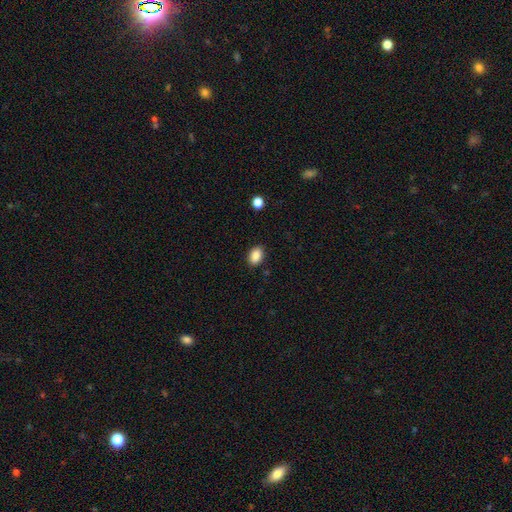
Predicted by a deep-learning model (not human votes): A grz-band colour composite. It shows a smooth galaxy with no disk features (89%) that is in between round and cigar-shaped (80%). Merging: none (87%).